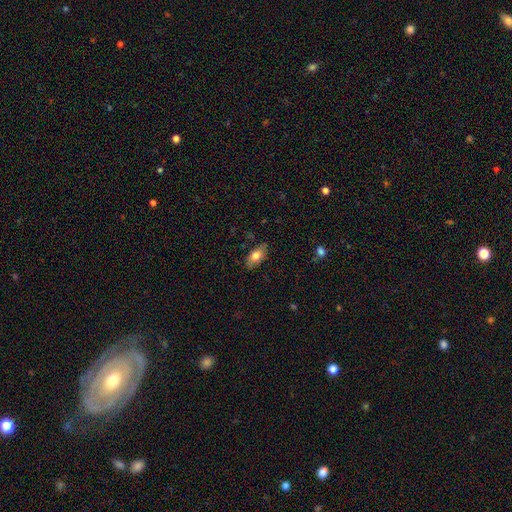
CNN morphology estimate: A smooth galaxy with no disk features (74%) that is in between round and cigar-shaped (89%).

Vote fractions:
- Smooth or featured? smooth: 74% / featured or disk: 19% / star or artifact: 7%
- How rounded? in between: 89% / cigar-shaped: 6% / round: 5%
- Merging? none: 83% / minor disturbance: 13% / major disturbance: 2% / merger: 1%